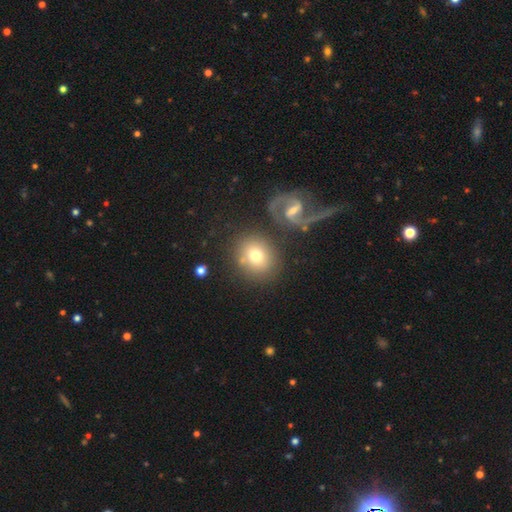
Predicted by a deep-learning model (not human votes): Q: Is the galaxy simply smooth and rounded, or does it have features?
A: smooth — 67%.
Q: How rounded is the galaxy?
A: round — 73%.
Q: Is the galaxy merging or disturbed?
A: none — 69%.